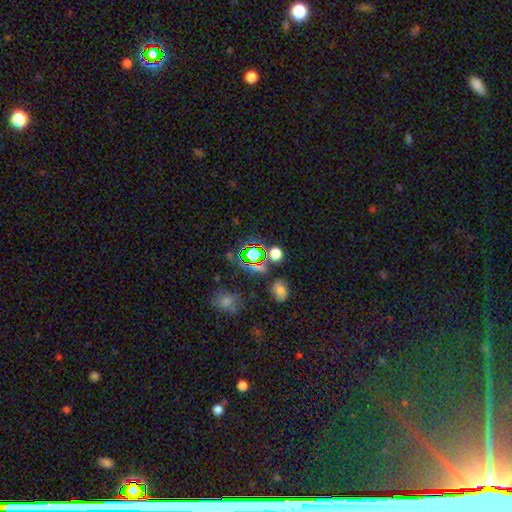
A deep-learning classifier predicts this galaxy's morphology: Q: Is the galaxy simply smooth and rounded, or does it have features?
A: star or artifact — 52%.